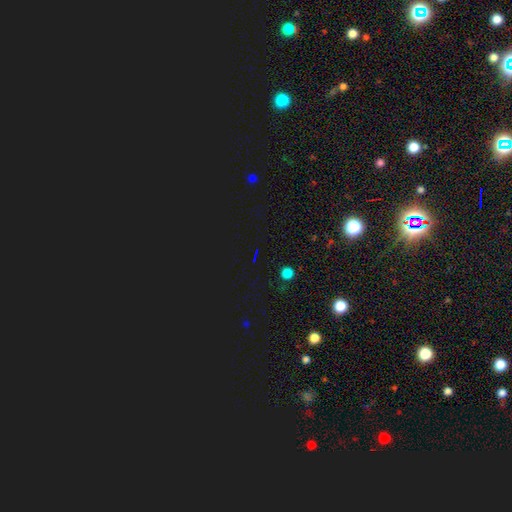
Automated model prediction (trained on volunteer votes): This is likely a star or artifact rather than a galaxy (72%).